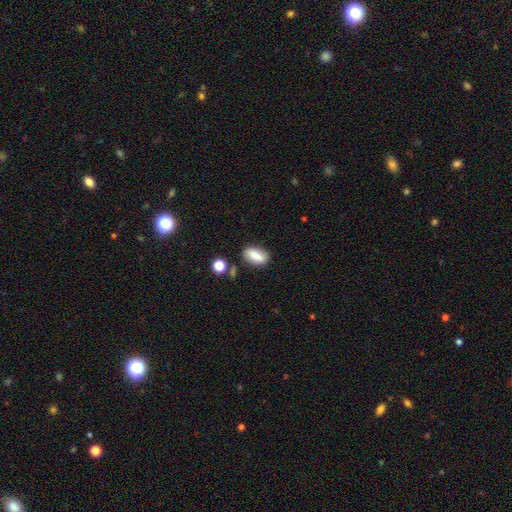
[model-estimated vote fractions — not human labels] Smooth or featured: smooth — 76% (featured or disk — 16%)
How rounded: in between — 84% (cigar-shaped — 9%)
Merging: none — 75% (minor disturbance — 16%)